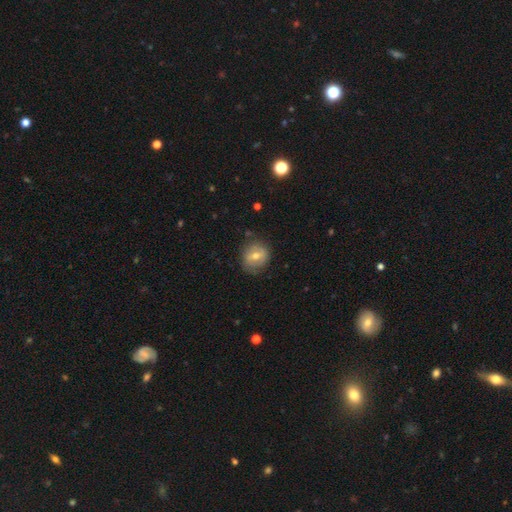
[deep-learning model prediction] Overall: smooth (54%; featured or disk 38%). How rounded: round (78%). Merging: none (79%).